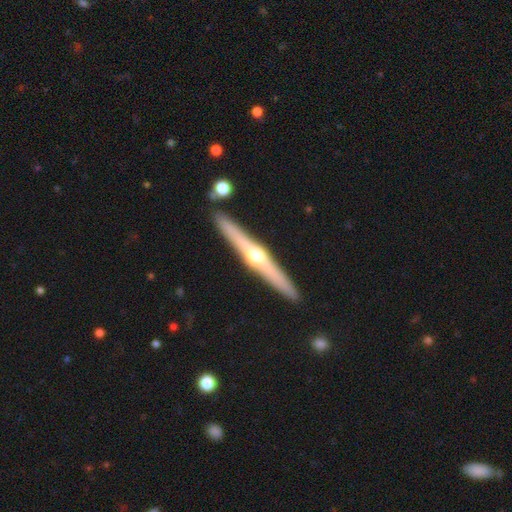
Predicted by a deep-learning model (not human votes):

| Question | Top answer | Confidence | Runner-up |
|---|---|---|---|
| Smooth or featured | featured or disk | 77% | smooth (18%) |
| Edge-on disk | yes | 98% | no (2%) |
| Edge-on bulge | rounded | 91% | none (6%) |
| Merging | none | 90% | minor disturbance (6%) |